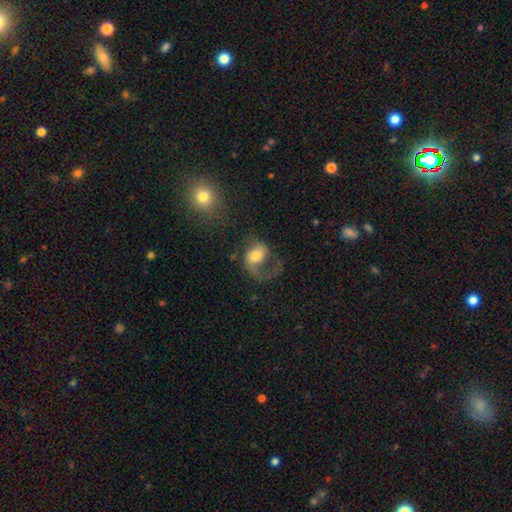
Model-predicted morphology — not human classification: featured or disk 55%, smooth 37%, star or artifact 9%. Down the decision tree: edge-on disk — no (97%); bar — no (56%); spiral arms — yes (80%); bulge size — moderate (60%); merging — major disturbance (48%).